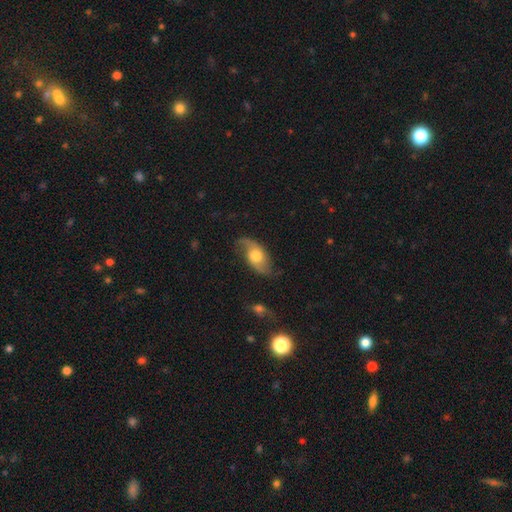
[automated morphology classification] A featured or disk galaxy (71%) with no bar (69%), 2 (89%) loose (64%) spiral arms (92%) and a moderate central bulge (61%).

Vote fractions:
- Smooth or featured? featured or disk: 71% / smooth: 23% / star or artifact: 6%
- Edge-on disk? no: 92% / yes: 8%
- Bar? no: 69% / weak: 26% / strong: 5%
- Spiral arms? yes: 92% / no: 8%
- Spiral winding? loose: 64% / medium: 28% / tight: 8%
- Spiral arm count? 2: 89% / 1: 4% / can't tell: 4% / 3: 1% / 4: 1% / more than 4: 1%
- Bulge size? moderate: 61% / large: 23% / small: 12% / none: 2% / dominant: 2%
- Merging? none: 71% / minor disturbance: 19% / major disturbance: 8% / merger: 2%